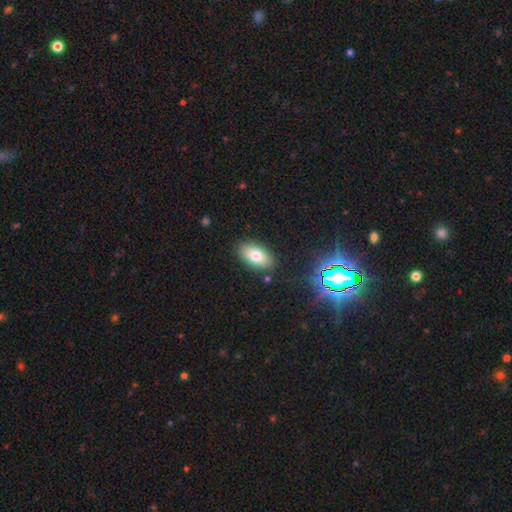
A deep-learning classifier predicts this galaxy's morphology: Smooth or featured? smooth (77%)
How rounded? in between (92%)
Merging? none (85%)